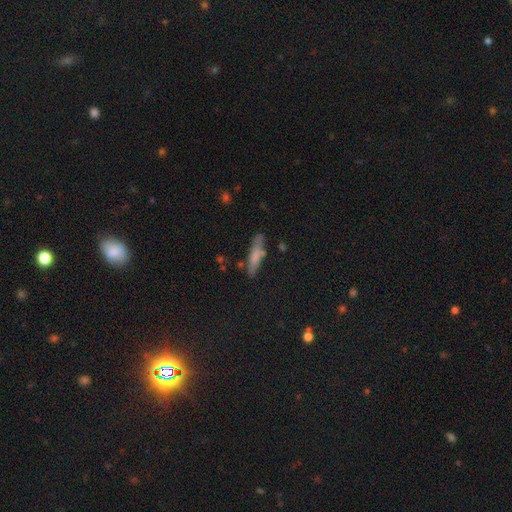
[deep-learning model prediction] Morphology: type=smooth (70%); roundness=cigar-shaped (76%); merging=none (72%).